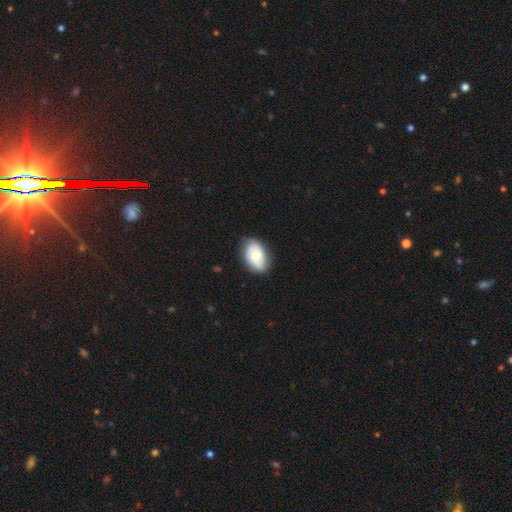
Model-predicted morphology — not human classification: Q: Smooth or featured?
A: smooth (60%); runner-up: featured or disk (33%)
Q: How rounded?
A: in between (88%); runner-up: round (10%)
Q: Merging?
A: none (78%); runner-up: minor disturbance (17%)